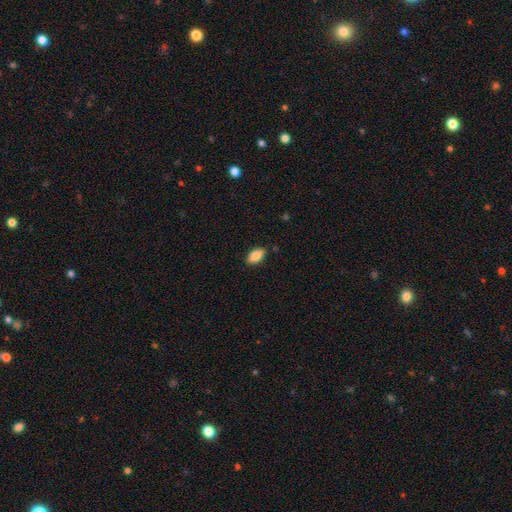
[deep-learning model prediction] smooth 85%, featured or disk 8%, star or artifact 7%. Down the decision tree: how rounded — in between (90%); merging — none (85%).